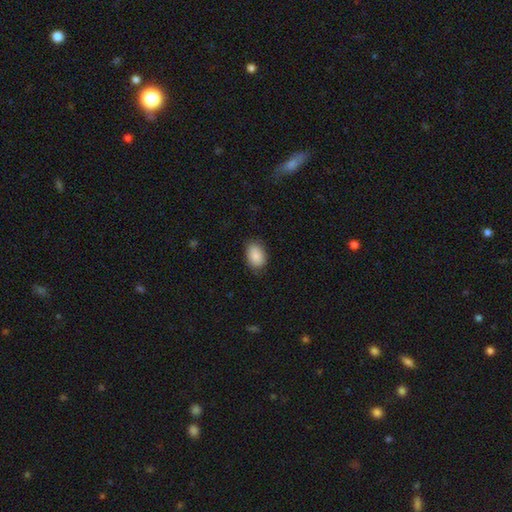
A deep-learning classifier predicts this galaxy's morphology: smooth-or-featured: smooth: 88% | star or artifact: 7% | featured or disk: 5%
  how-rounded: in between: 84% | round: 15% | cigar-shaped: 1%
  merging: none: 81% | minor disturbance: 15% | major disturbance: 3% | merger: 1%